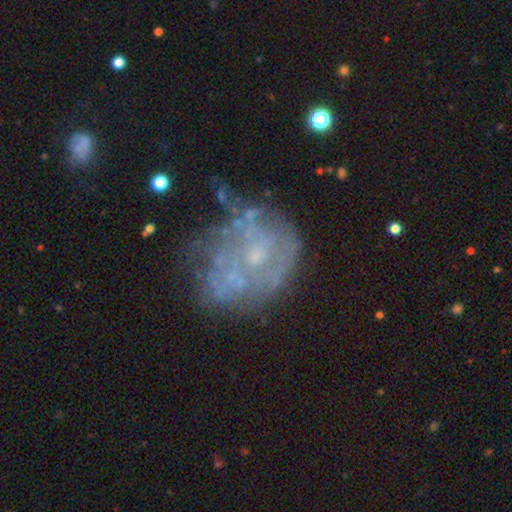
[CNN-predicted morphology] This is likely a featured or disk galaxy (68%). It is clearly not viewed edge-on (98%). Bar: clearly no (83%). Spiral arm pattern: likely no (67%). Central bulge: possibly small (53%). Merging: possibly none (46%).